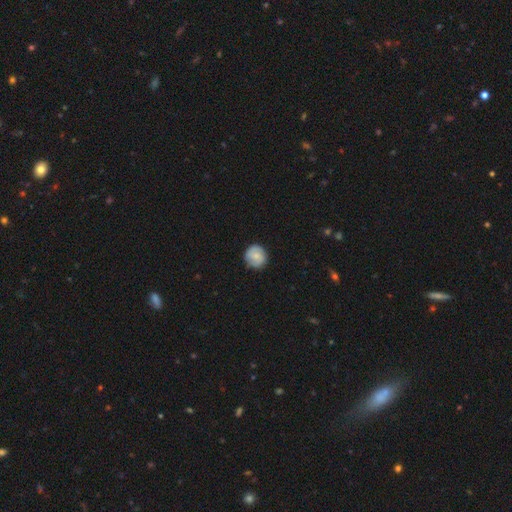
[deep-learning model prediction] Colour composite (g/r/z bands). It shows a smooth galaxy with no disk features (56%) that is round (91%). Merging: none (85%).